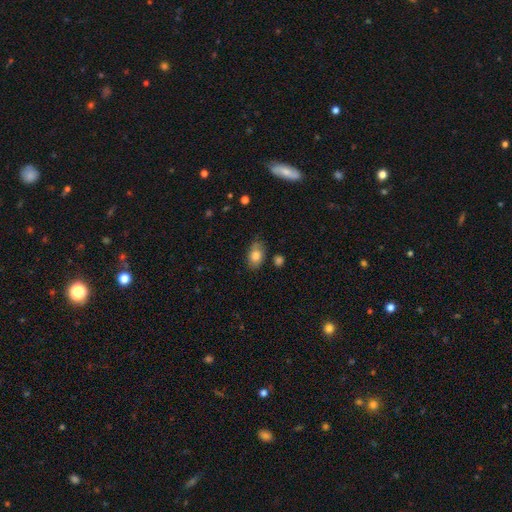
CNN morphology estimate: Smooth or featured: smooth — 81% (featured or disk — 11%)
How rounded: in between — 86% (round — 13%)
Merging: none — 72% (minor disturbance — 21%)